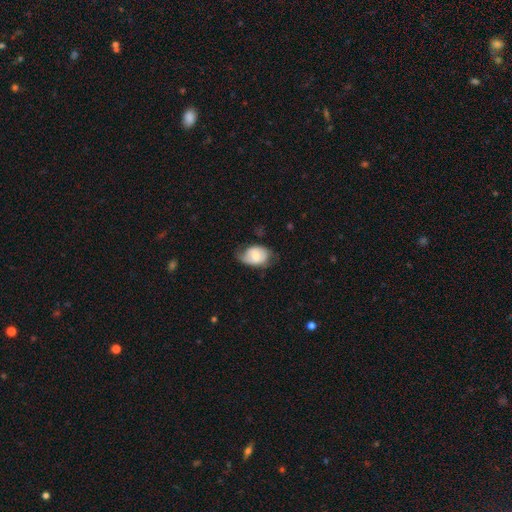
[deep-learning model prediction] The model was most divided on "smooth or featured": smooth: 54%, featured or disk: 39%, star or artifact: 7%. More confident: how rounded — in between (78%); merging — none (51%).